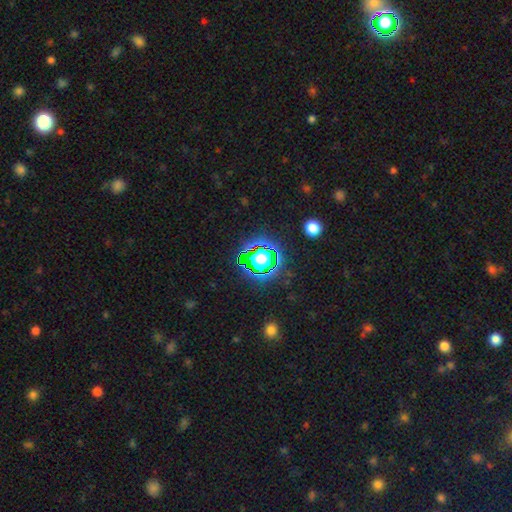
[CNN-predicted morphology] A star or artifact, not a galaxy (79%).

Vote fractions:
- Smooth or featured? star or artifact: 79% / smooth: 14% / featured or disk: 7%